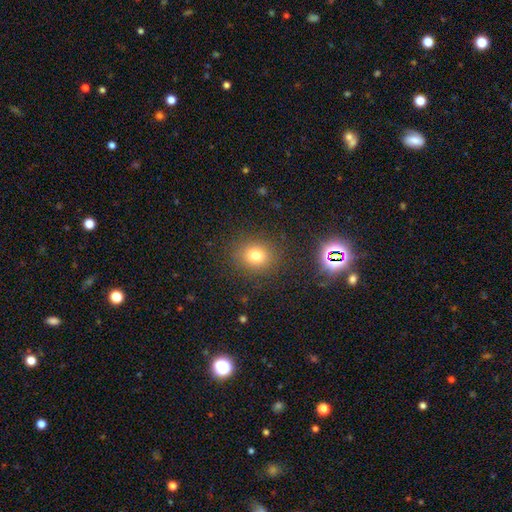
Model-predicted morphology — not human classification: This is likely a smooth galaxy (76%). How rounded: likely round (72%). Merging: clearly none (86%).